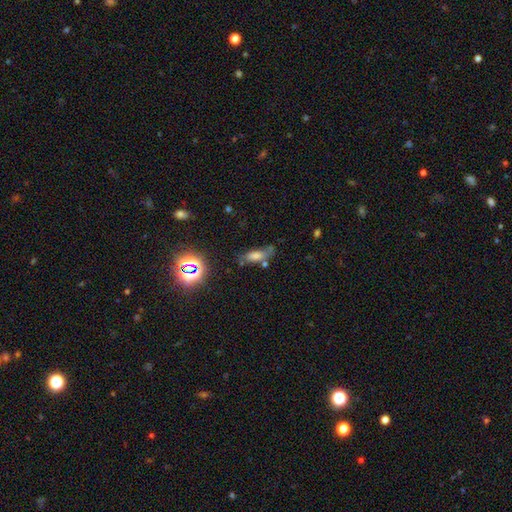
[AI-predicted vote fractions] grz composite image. It shows a smooth galaxy with no disk features (59%) that is in between round and cigar-shaped (62%). Merging: none (53%).